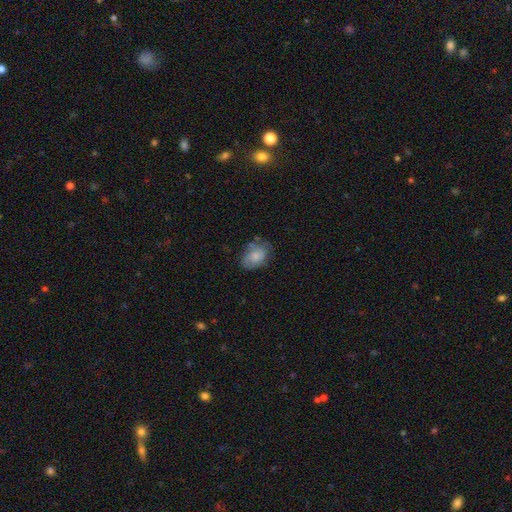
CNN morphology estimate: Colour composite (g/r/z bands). It shows a smooth galaxy with no disk features (69%) that is in between round and cigar-shaped (74%). Merging: none (57%).